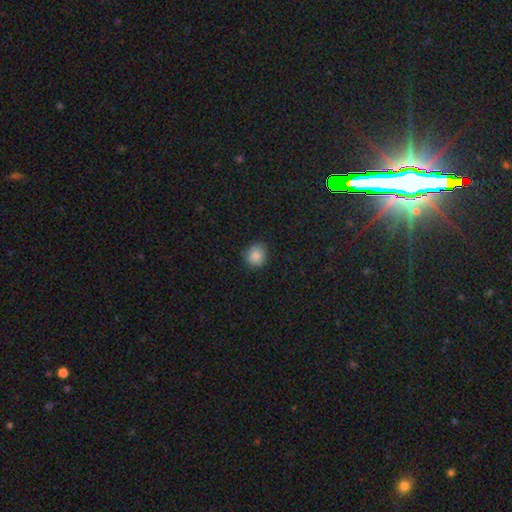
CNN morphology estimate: smooth 86%, star or artifact 10%, featured or disk 4%. Down the decision tree: how rounded — round (83%); merging — none (84%).